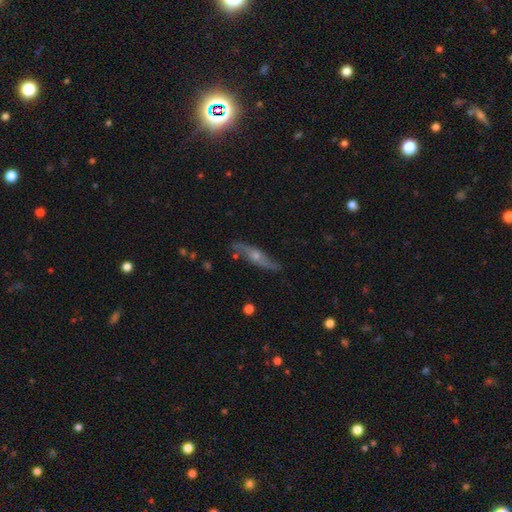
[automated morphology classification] Smooth or featured? featured or disk (70%)
Edge-on disk? yes (59%)
Merging? none (78%)